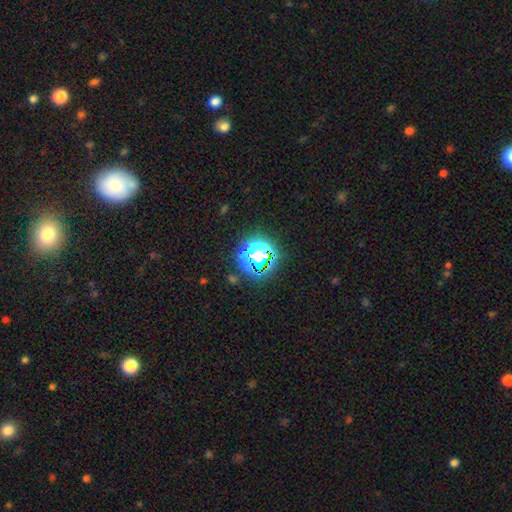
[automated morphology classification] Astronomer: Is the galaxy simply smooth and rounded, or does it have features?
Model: star or artifact — 67%.